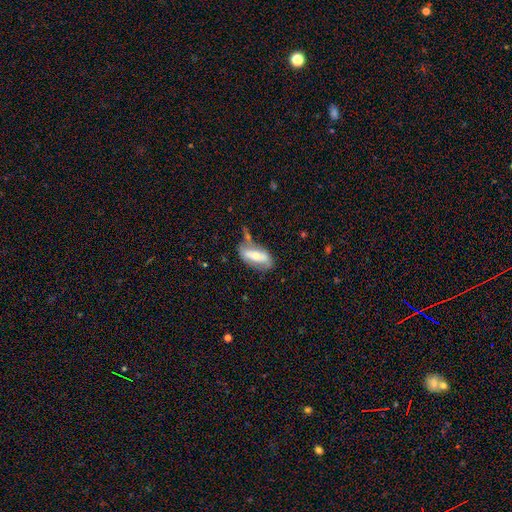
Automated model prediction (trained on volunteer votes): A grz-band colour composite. It shows a featured or disk galaxy (52%). Merging: none (50%).